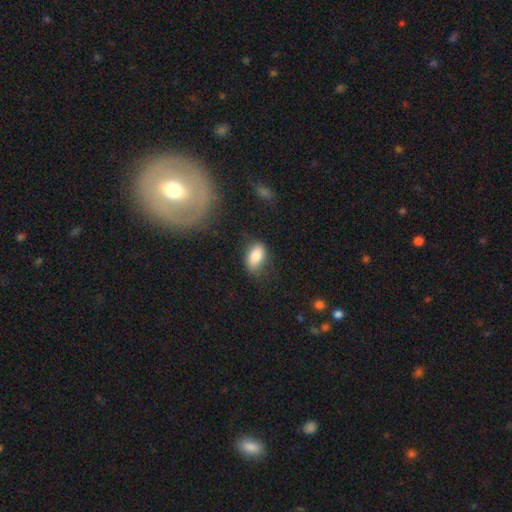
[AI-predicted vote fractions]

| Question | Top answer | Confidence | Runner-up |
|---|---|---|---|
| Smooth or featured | smooth | 83% | featured or disk (9%) |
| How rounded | in between | 89% | round (8%) |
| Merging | none | 67% | minor disturbance (24%) |